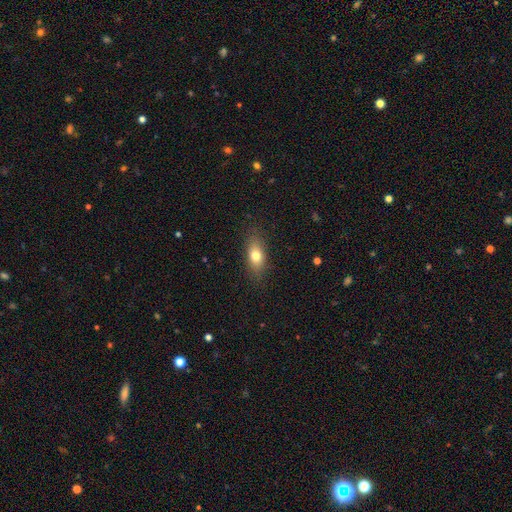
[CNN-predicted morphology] Q: Smooth or featured?
A: smooth (75%); runner-up: featured or disk (16%)
Q: How rounded?
A: in between (76%); runner-up: cigar-shaped (16%)
Q: Merging?
A: none (84%); runner-up: minor disturbance (11%)